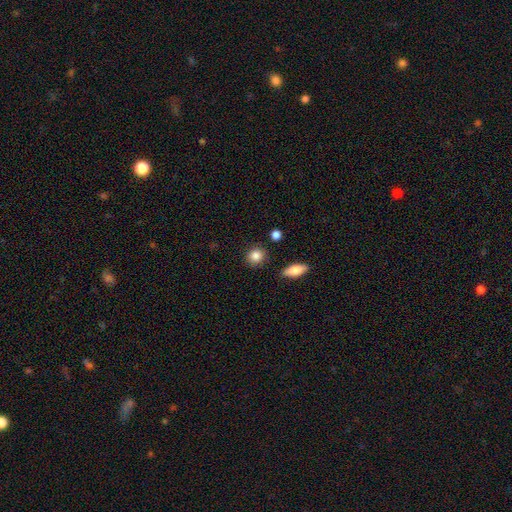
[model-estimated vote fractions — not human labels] This appears to be a smooth galaxy with no disk features (86%) that is round (79%). Merging: none (86%).